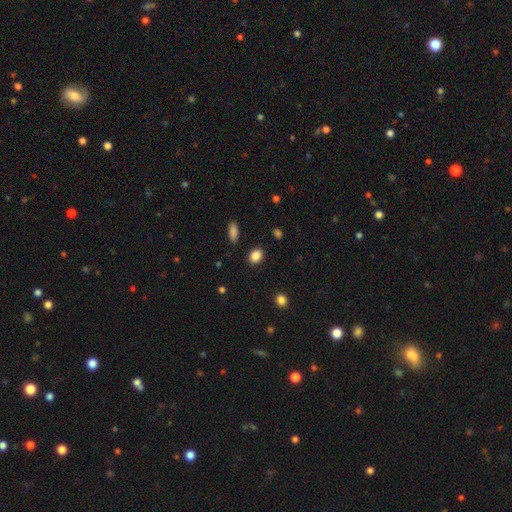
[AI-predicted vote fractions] This is clearly a smooth galaxy (87%). How rounded: possibly in between (55%). Merging: clearly none (88%).